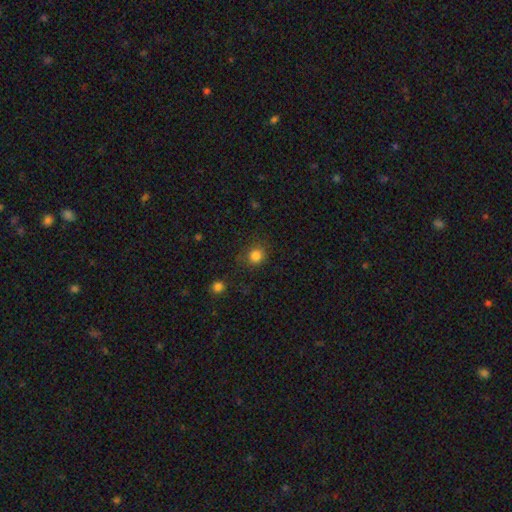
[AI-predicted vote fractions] A smooth galaxy with no disk features (84%) that is round (87%). Merging: none (81%).